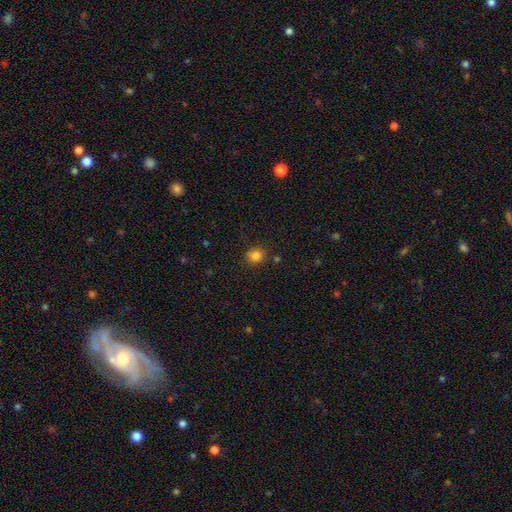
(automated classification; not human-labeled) The model was most divided on "how rounded": round: 77%, in between: 22%, cigar-shaped: 1%. More confident: merging — none (83%); smooth or featured — smooth (82%).